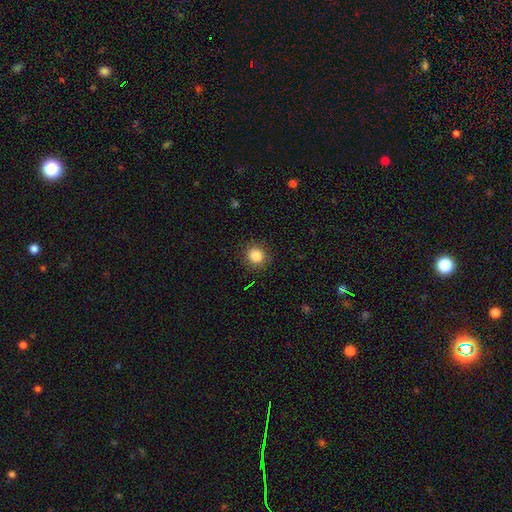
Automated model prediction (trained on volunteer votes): Smooth or featured?
  - smooth: 85% *
  - star or artifact: 10%
  - featured or disk: 4%
How rounded?
  - round: 84% *
  - in between: 15%
  - cigar-shaped: 1%
Merging?
  - none: 88% *
  - minor disturbance: 8%
  - major disturbance: 3%
  - merger: 1%